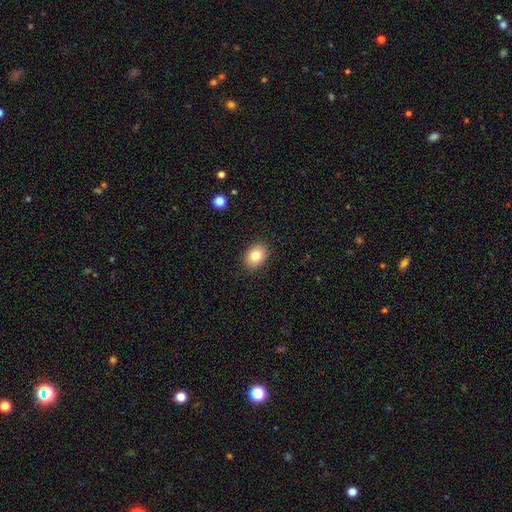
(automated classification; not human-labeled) Smooth or featured: smooth — 81% (featured or disk — 10%)
How rounded: in between — 68% (round — 31%)
Merging: none — 88% (minor disturbance — 8%)